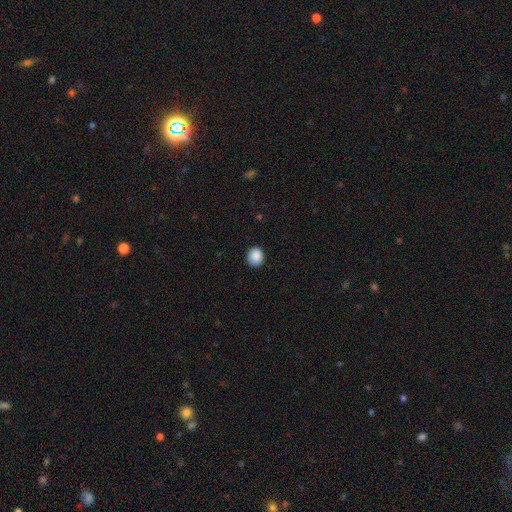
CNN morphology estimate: A smooth galaxy with no disk features (89%) that is round (73%). Merging: none (85%).